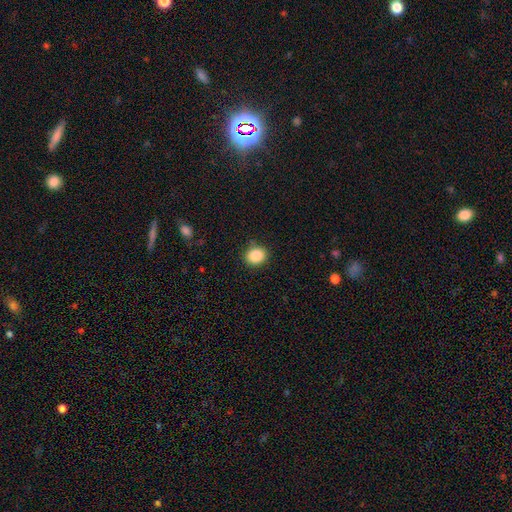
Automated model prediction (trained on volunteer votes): Morphology: type=smooth (87%); roundness=round (62%); merging=none (87%).